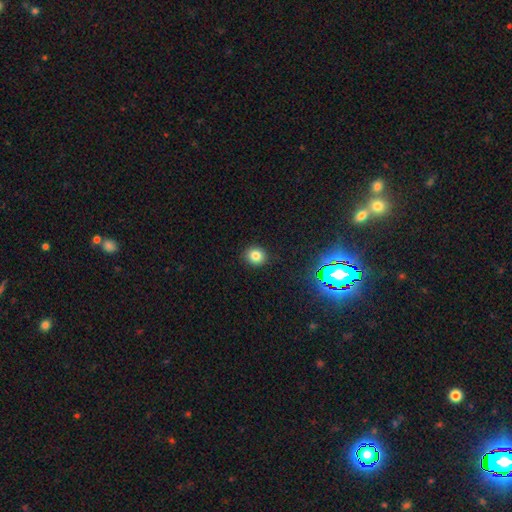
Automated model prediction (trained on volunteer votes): The model was most divided on "how rounded": round: 82%, in between: 17%, cigar-shaped: 1%. More confident: merging — none (91%); smooth or featured — smooth (80%).